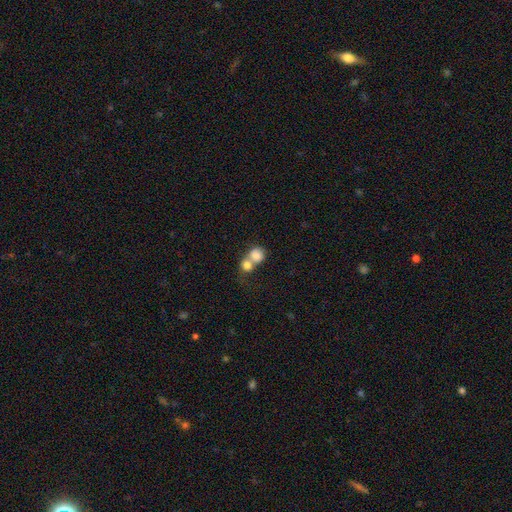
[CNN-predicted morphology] smooth_or_featured: smooth (p=0.80) [alt: featured or disk p=0.12]
how_rounded: round (p=0.74) [alt: in between p=0.25]
merging: merger (p=0.69) [alt: none p=0.22]